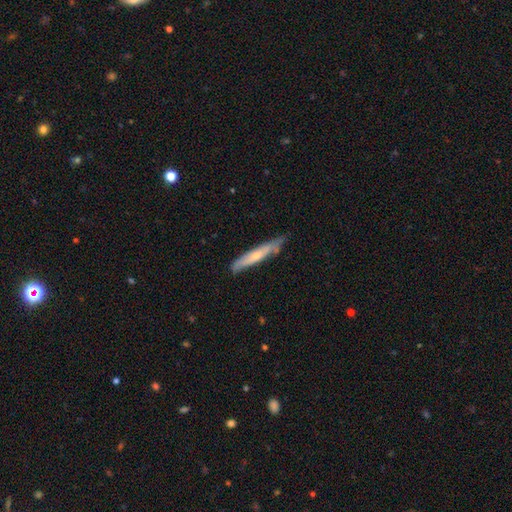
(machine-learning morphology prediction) The model was most divided on "smooth or featured": smooth: 50%, featured or disk: 44%, star or artifact: 5%. More confident: how rounded — cigar-shaped (91%); merging — none (69%).